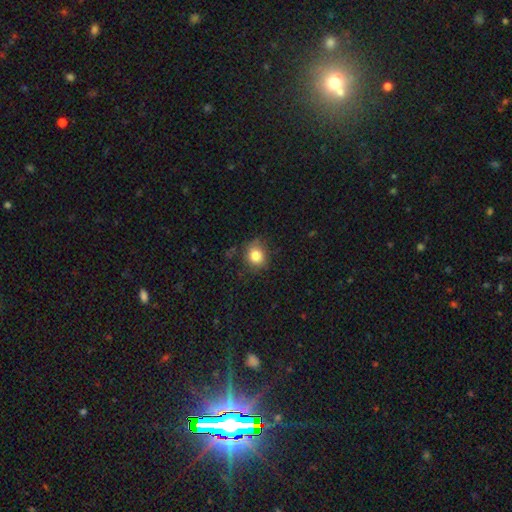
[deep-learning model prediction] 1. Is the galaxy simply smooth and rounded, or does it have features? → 83% smooth, 10% star or artifact, 7% featured or disk.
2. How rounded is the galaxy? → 75% round, 25% in between, 1% cigar-shaped.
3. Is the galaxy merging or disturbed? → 76% none, 18% minor disturbance, 5% major disturbance, 1% merger.